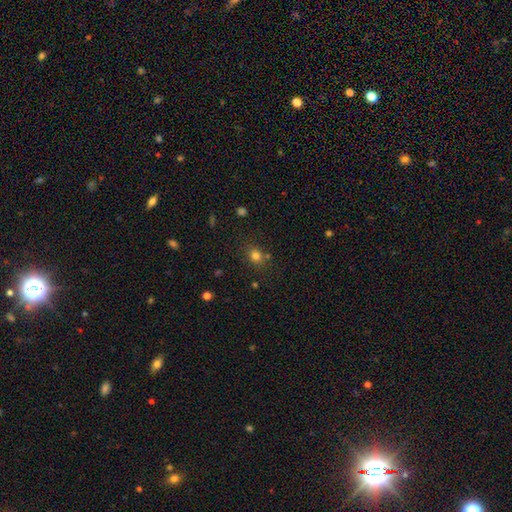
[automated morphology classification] Smooth or featured? smooth (79%)
How rounded? round (72%)
Merging? none (76%)